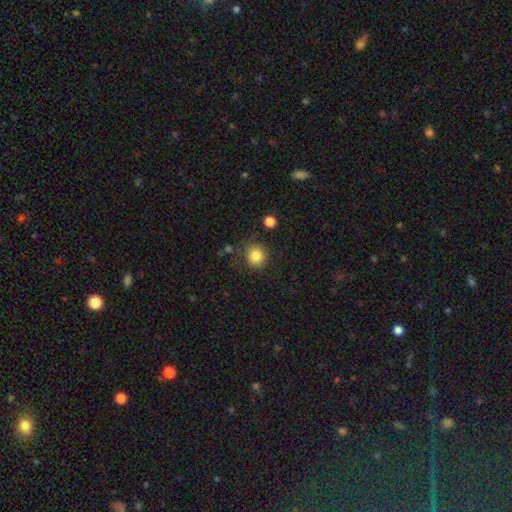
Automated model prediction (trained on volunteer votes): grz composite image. It shows a smooth galaxy with no disk features (84%) that is round (89%). Merging: none (82%).